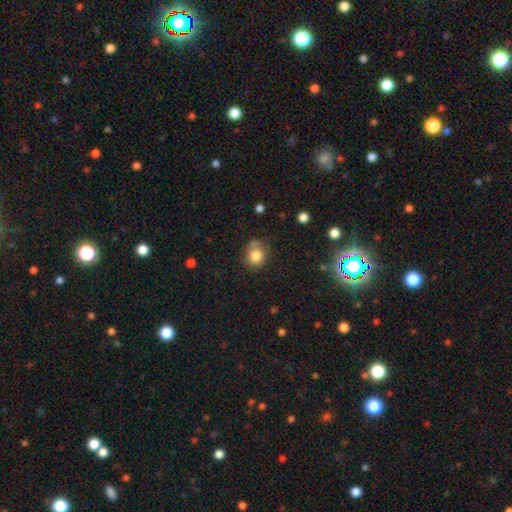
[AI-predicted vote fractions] Morphology: type=smooth (82%); roundness=round (74%); merging=none (64%).